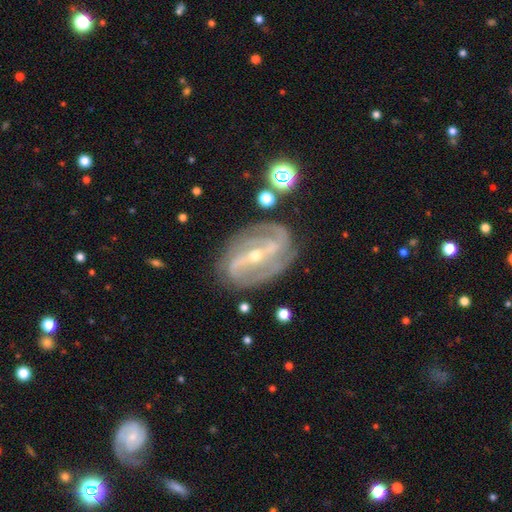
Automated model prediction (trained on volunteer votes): A featured or disk galaxy (90%) with a strong bar (61%), 2 (55%) medium (45%) spiral arms (97%) and a small central bulge (65%). Merging: none (74%).